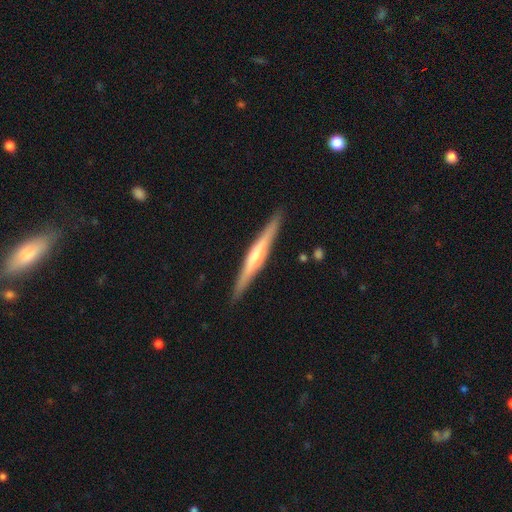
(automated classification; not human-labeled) Q: Smooth or featured?
A: featured or disk (71%); runner-up: smooth (23%)
Q: Edge-on disk?
A: yes (97%); runner-up: no (3%)
Q: Edge-on bulge?
A: rounded (73%); runner-up: none (18%)
Q: Merging?
A: none (91%); runner-up: minor disturbance (7%)